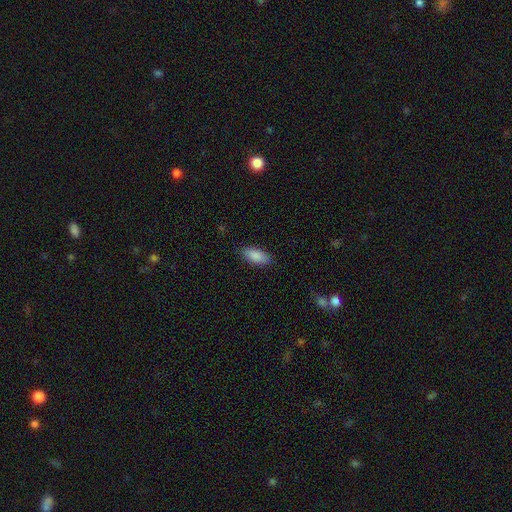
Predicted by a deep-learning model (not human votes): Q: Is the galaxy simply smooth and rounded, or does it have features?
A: smooth — 89%.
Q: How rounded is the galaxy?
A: in between — 85%.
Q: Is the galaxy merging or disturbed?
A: none — 87%.